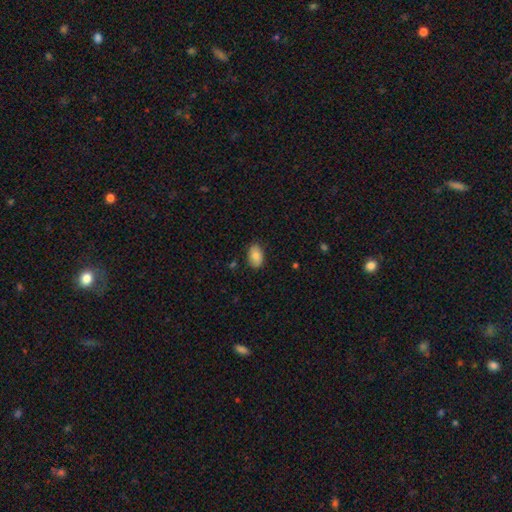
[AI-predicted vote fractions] Smooth or featured?
  - smooth: 81% *
  - featured or disk: 11%
  - star or artifact: 7%
How rounded?
  - in between: 90% *
  - round: 9%
  - cigar-shaped: 1%
Merging?
  - none: 83% *
  - minor disturbance: 13%
  - major disturbance: 2%
  - merger: 1%